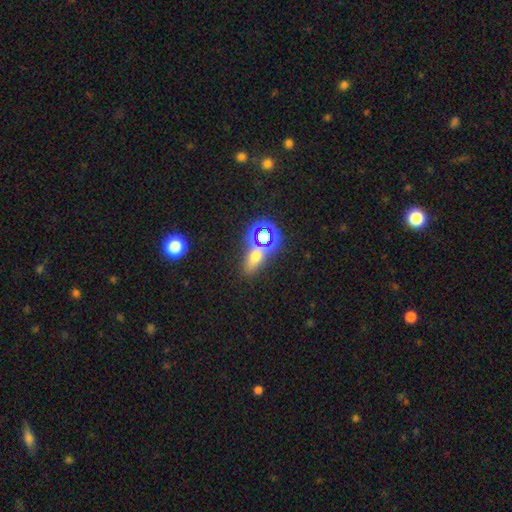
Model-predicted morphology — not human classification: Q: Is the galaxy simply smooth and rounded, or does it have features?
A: smooth — 50%.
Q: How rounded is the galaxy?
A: in between — 66%.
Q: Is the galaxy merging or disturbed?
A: none — 67%.